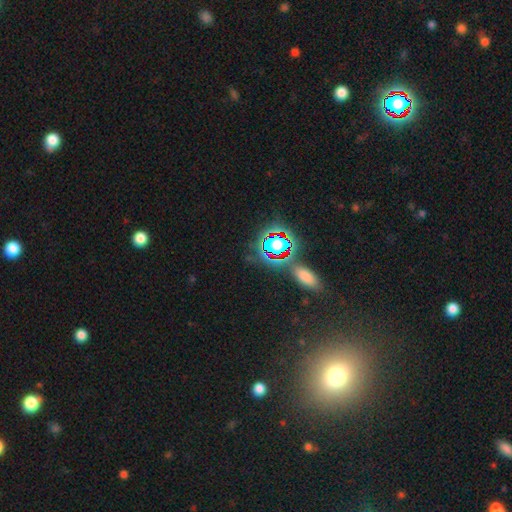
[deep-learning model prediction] The model was most divided on "smooth or featured": star or artifact: 72%, smooth: 16%, featured or disk: 12%.